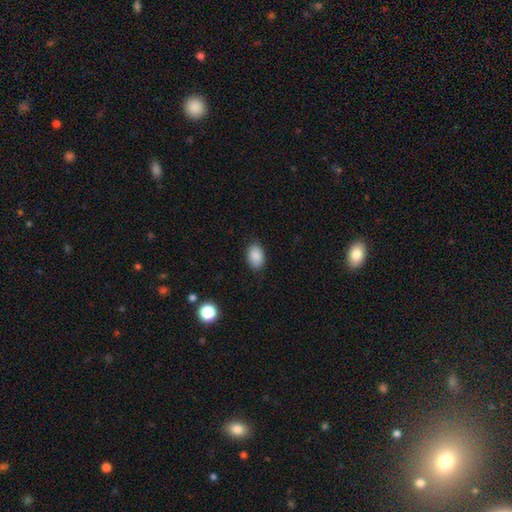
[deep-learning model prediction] Q: Smooth or featured?
A: smooth (88%); runner-up: star or artifact (8%)
Q: How rounded?
A: in between (88%); runner-up: round (11%)
Q: Merging?
A: none (85%); runner-up: minor disturbance (11%)